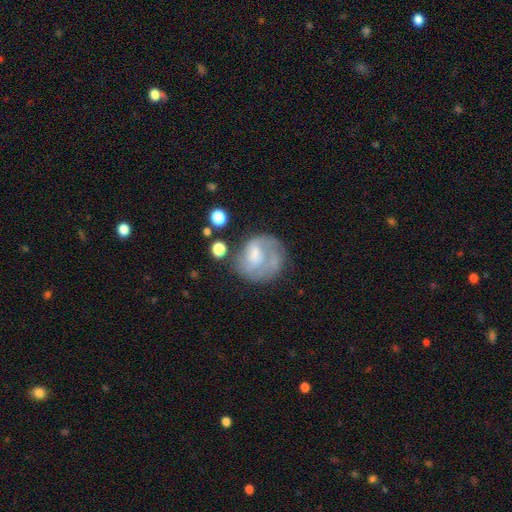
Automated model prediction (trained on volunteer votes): Morphology: type=featured or disk (48%); merging=none (44%).